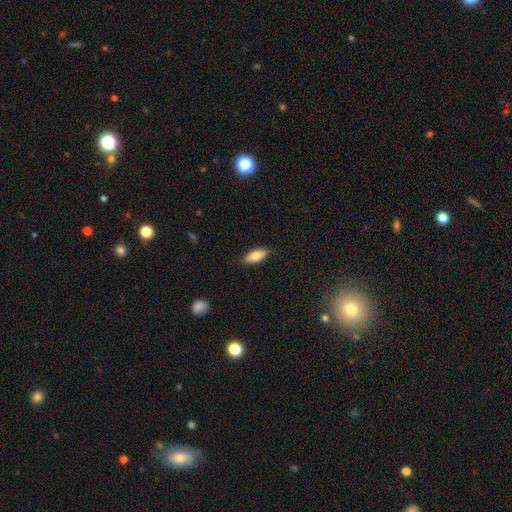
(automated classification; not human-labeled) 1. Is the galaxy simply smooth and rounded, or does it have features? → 79% smooth, 15% featured or disk, 6% star or artifact.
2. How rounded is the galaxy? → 82% in between, 15% cigar-shaped, 2% round.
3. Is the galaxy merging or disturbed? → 85% none, 12% minor disturbance, 2% major disturbance, 1% merger.